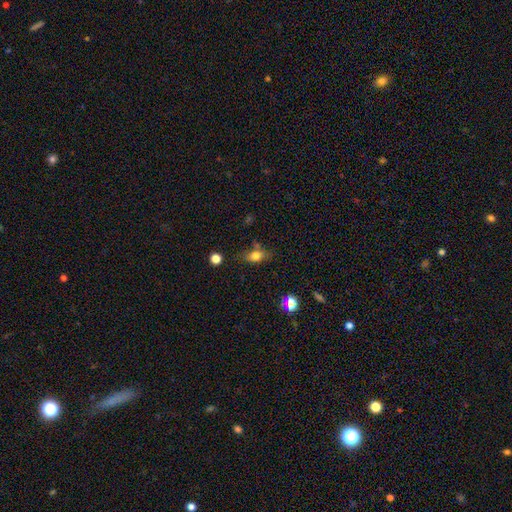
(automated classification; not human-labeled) smooth-or-featured: smooth: 74% | featured or disk: 14% | star or artifact: 11%
  how-rounded: in between: 75% | round: 17% | cigar-shaped: 8%
  merging: none: 63% | minor disturbance: 21% | merger: 9% | major disturbance: 7%